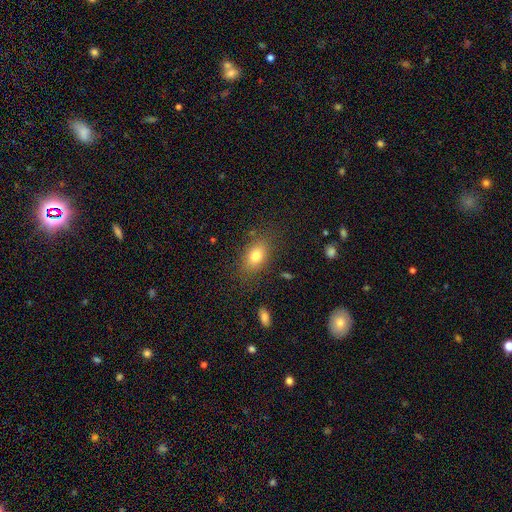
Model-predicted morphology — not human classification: This is likely a smooth galaxy (79%). How rounded: clearly in between (82%). Merging: clearly none (80%).